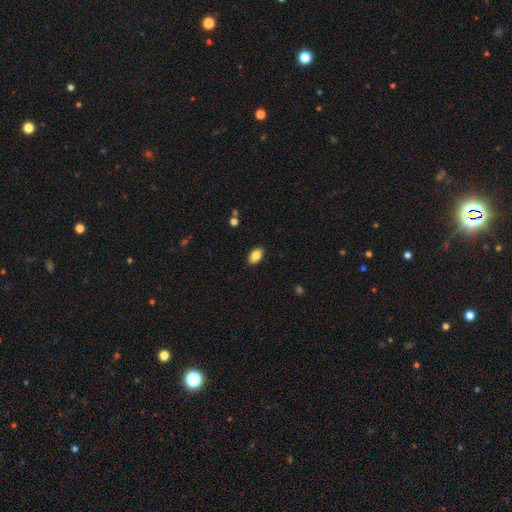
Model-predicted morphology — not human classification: This appears to be a smooth galaxy with no disk features (86%) that is in between round and cigar-shaped (89%). Merging: none (88%).